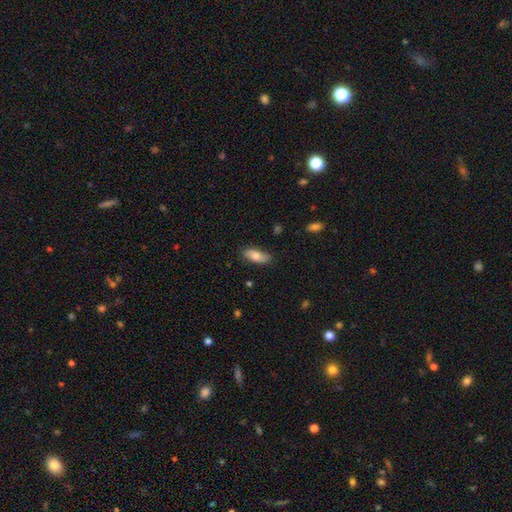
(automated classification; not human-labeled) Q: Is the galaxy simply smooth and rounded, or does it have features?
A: smooth — 74%.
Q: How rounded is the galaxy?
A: in between — 80%.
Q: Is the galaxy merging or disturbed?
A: none — 84%.